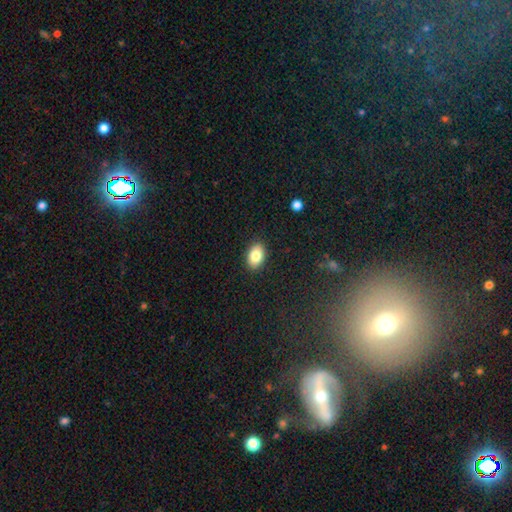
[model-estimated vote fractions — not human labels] This appears to be a smooth galaxy with no disk features (84%) that is in between round and cigar-shaped (88%). Merging: none (89%).